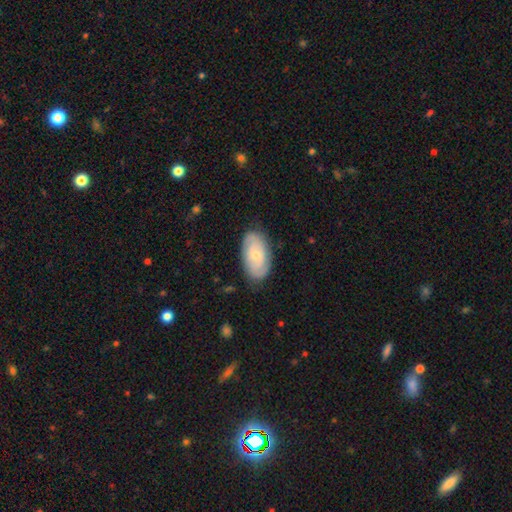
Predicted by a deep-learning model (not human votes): The model was most divided on "smooth or featured": featured or disk: 54%, smooth: 40%, star or artifact: 6%. More confident: edge-on disk — no (94%); merging — none (81%); bar — no (75%); spiral arms — yes (75%); bulge size — small (66%).